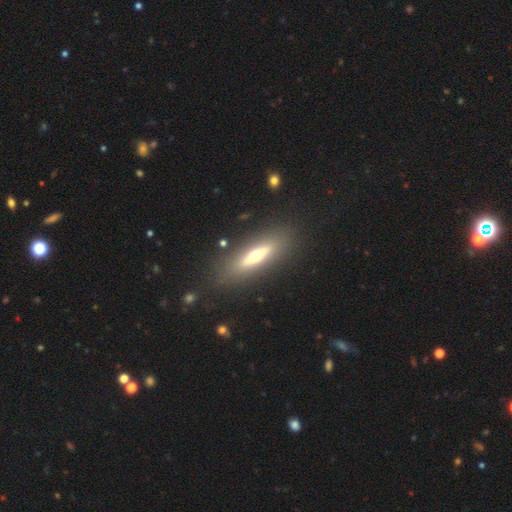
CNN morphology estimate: Overall: featured or disk (47%; smooth 45%). Merging: none (85%).